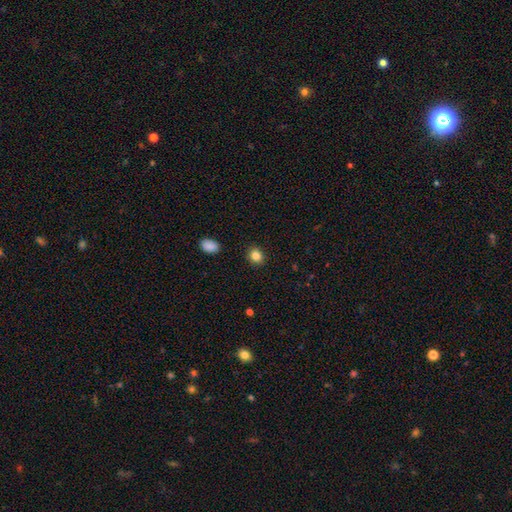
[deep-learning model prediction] smooth_or_featured: smooth (p=0.85) [alt: star or artifact p=0.10]
how_rounded: round (p=0.64) [alt: in between p=0.35]
merging: none (p=0.90) [alt: minor disturbance p=0.06]